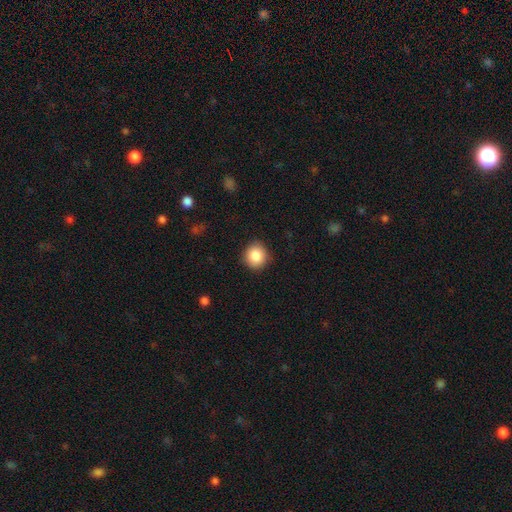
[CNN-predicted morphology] Overall: smooth (86%). How rounded: round (86%). Merging: none (90%).